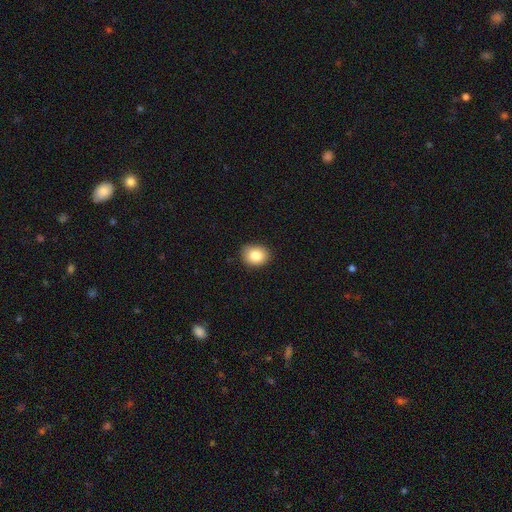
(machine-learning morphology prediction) Q: Smooth or featured?
A: smooth (85%); runner-up: star or artifact (9%)
Q: How rounded?
A: round (52%); runner-up: in between (47%)
Q: Merging?
A: none (86%); runner-up: minor disturbance (11%)